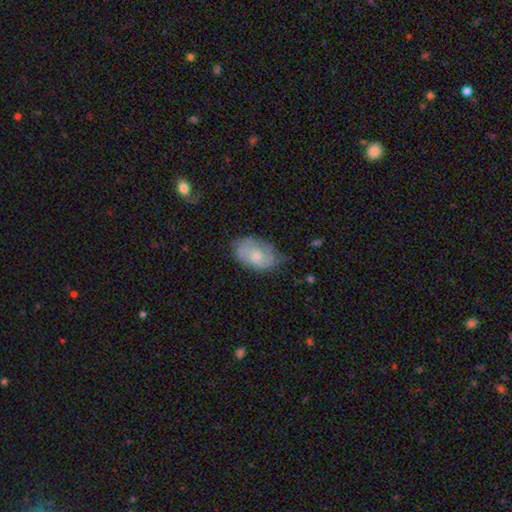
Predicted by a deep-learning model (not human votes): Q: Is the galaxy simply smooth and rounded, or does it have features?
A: featured or disk — 48%.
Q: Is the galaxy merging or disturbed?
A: none — 58%.